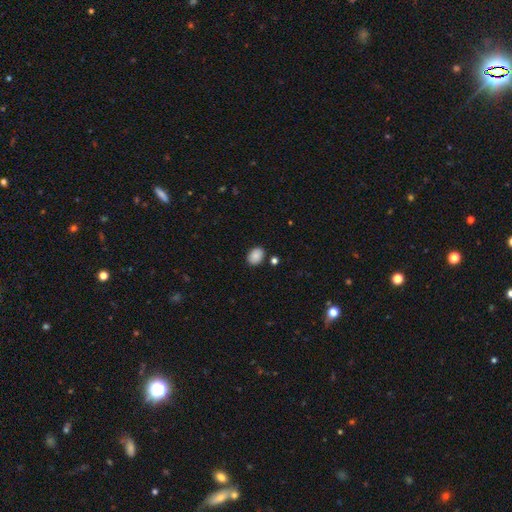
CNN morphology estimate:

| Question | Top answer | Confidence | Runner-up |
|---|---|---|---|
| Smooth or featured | smooth | 86% | star or artifact (8%) |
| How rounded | in between | 70% | round (30%) |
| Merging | none | 84% | minor disturbance (10%) |